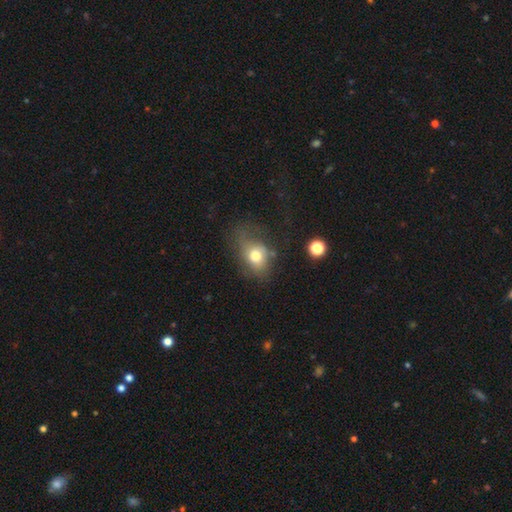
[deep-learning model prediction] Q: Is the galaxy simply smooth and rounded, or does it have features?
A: smooth — 71%.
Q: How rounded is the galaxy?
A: in between — 63%.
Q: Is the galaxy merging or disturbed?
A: none — 41%.